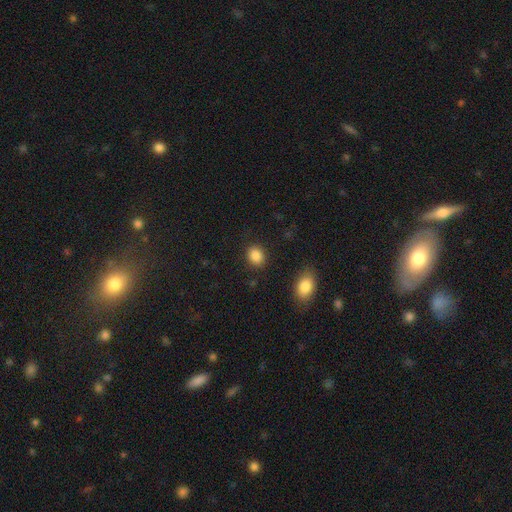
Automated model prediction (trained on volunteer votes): A smooth galaxy with no disk features (87%) that is in between round and cigar-shaped (51%). Merging: none (87%).